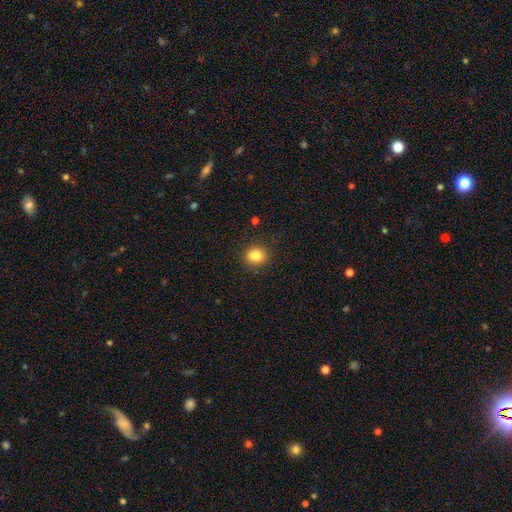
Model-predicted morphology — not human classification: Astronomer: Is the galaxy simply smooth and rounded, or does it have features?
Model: smooth — 82%.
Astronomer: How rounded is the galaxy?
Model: round — 75%.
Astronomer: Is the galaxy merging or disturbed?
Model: none — 83%.